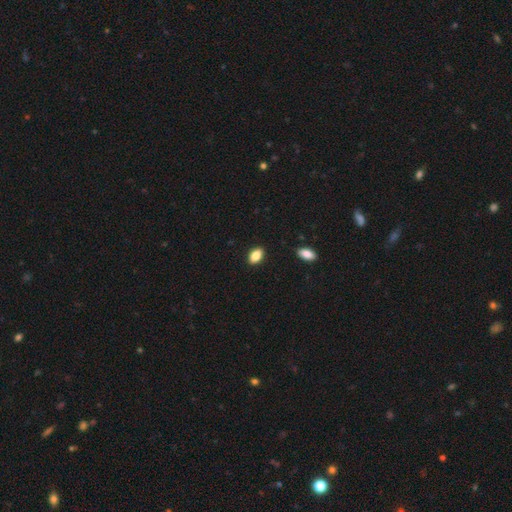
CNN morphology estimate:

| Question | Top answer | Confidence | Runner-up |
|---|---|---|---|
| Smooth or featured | smooth | 84% | star or artifact (8%) |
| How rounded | in between | 88% | round (9%) |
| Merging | none | 89% | minor disturbance (8%) |